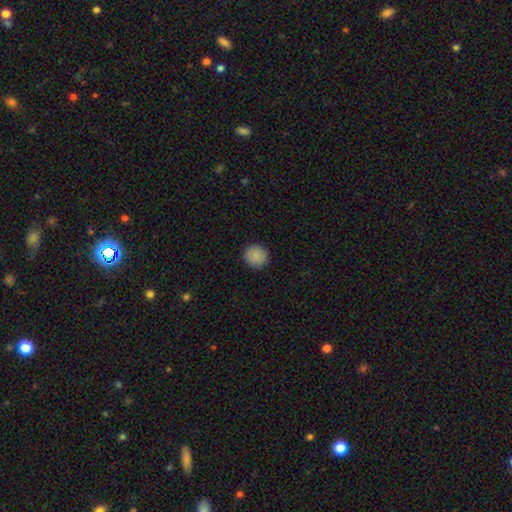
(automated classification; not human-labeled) smooth-or-featured: smooth: 88% | star or artifact: 8% | featured or disk: 4%
  how-rounded: round: 92% | in between: 7% | cigar-shaped: 1%
  merging: none: 92% | minor disturbance: 6% | major disturbance: 2% | merger: 1%